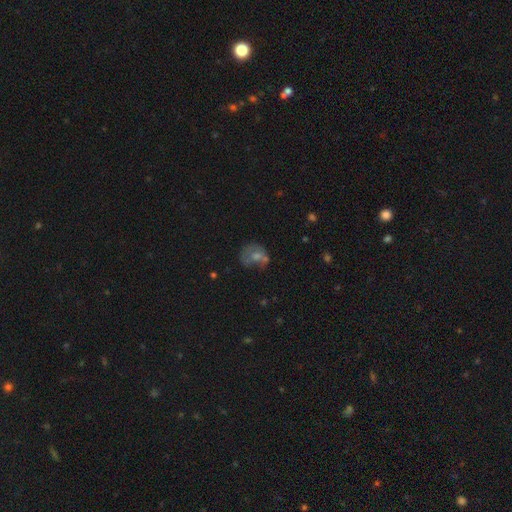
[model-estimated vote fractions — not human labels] A smooth galaxy with no disk features (46%).

Vote fractions:
- Smooth or featured? smooth: 46% / featured or disk: 37% / star or artifact: 17%
- Merging? none: 42% / minor disturbance: 24% / major disturbance: 20% / merger: 14%